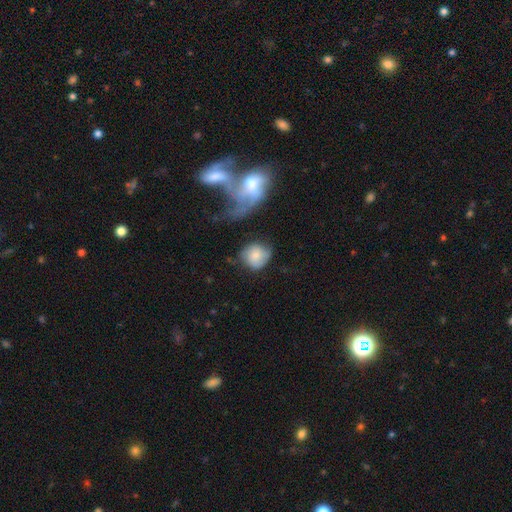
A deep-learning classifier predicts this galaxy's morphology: Smooth or featured? Predicted: smooth (p=0.71). How rounded? Predicted: round (p=0.80). Merging? Predicted: none (p=0.52).